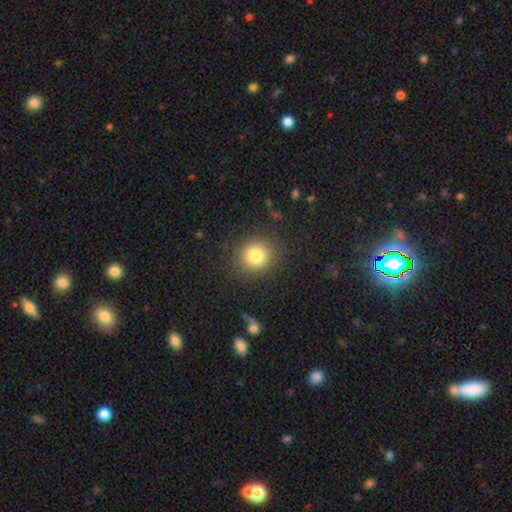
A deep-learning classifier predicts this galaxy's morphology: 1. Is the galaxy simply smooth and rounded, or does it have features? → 81% smooth, 11% star or artifact, 7% featured or disk.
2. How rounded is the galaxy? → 89% round, 10% in between, 1% cigar-shaped.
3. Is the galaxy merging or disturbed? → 87% none, 8% minor disturbance, 4% major disturbance, 1% merger.